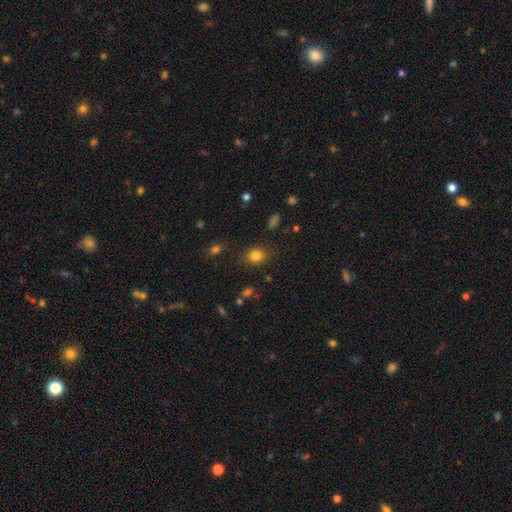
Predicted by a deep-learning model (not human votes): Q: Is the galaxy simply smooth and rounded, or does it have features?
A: smooth — 82%.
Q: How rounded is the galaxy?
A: round — 50%.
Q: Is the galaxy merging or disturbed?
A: none — 82%.